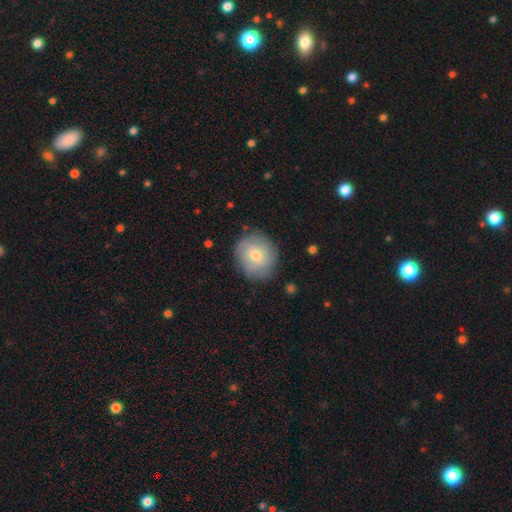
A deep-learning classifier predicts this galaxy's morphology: Smooth or featured? smooth (57%)
How rounded? round (80%)
Merging? none (80%)